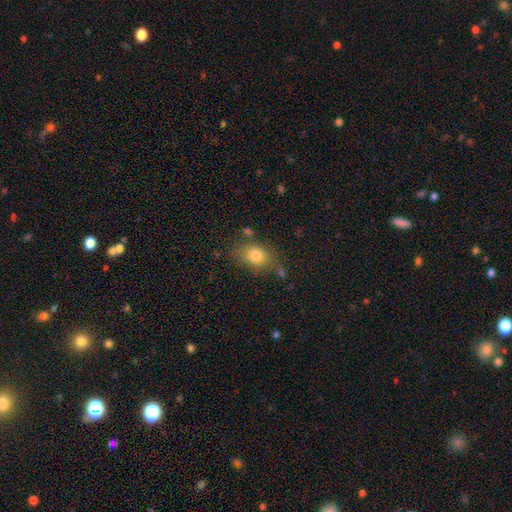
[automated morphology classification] A smooth galaxy with no disk features (80%) that is in between round and cigar-shaped (71%).

Vote fractions:
- Smooth or featured? smooth: 80% / star or artifact: 10% / featured or disk: 10%
- How rounded? in between: 71% / round: 27% / cigar-shaped: 2%
- Merging? none: 72% / minor disturbance: 17% / major disturbance: 6% / merger: 5%